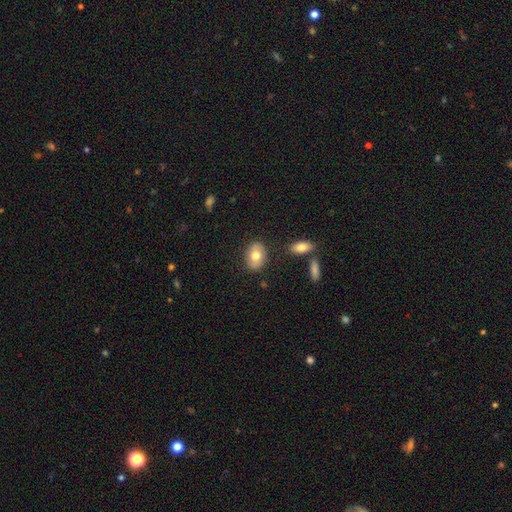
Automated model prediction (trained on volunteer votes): smooth-or-featured: smooth: 73% | featured or disk: 20% | star or artifact: 7%
  how-rounded: in between: 73% | round: 25% | cigar-shaped: 1%
  merging: none: 83% | minor disturbance: 11% | merger: 3% | major disturbance: 3%